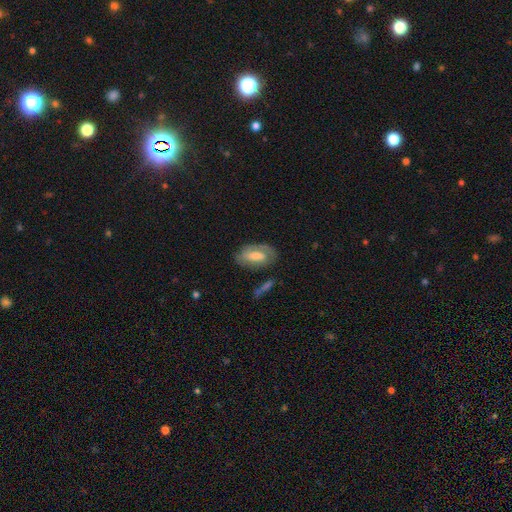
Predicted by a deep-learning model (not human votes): smooth-or-featured: featured or disk: 53% | smooth: 40% | star or artifact: 7%
  disk-edge-on: no: 92% | yes: 8%
  merging: none: 65% | minor disturbance: 22% | major disturbance: 10% | merger: 4%